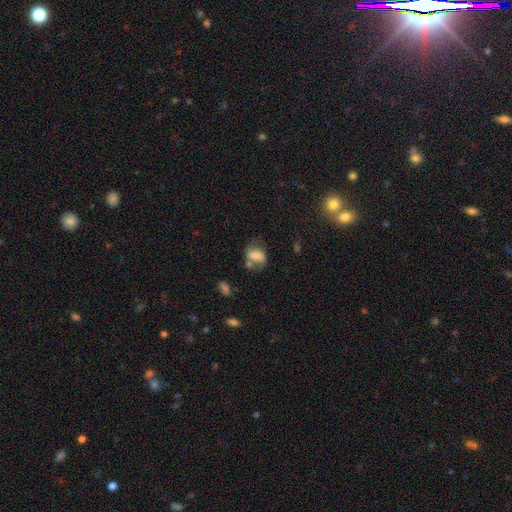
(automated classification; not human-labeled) Overall: smooth (61%; featured or disk 29%). How rounded: in between (77%). Merging: none (36%; minor disturbance 25%).